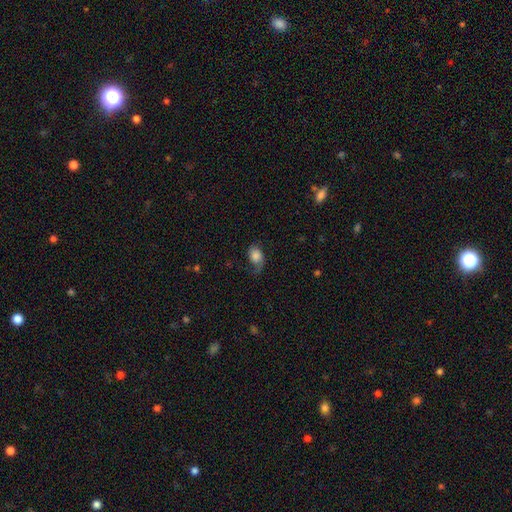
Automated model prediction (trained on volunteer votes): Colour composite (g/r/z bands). It shows a smooth galaxy with no disk features (68%) that is in between round and cigar-shaped (80%). Merging: none (47%).